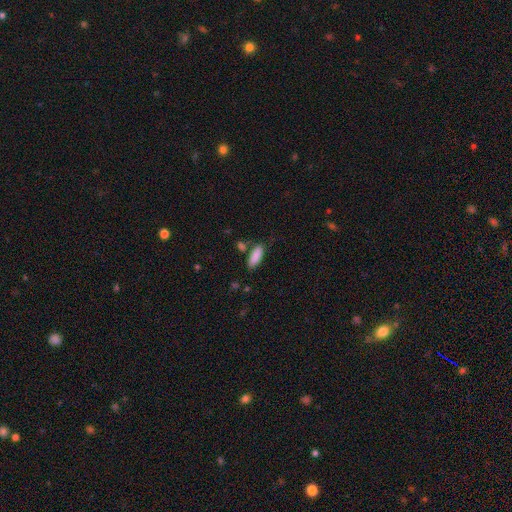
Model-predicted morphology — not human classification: smooth 88%, star or artifact 7%, featured or disk 5%. Down the decision tree: how rounded — in between (71%); merging — none (75%).